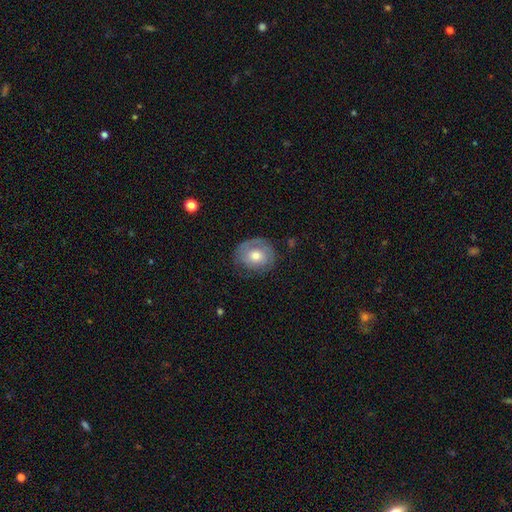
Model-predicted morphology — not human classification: Overall: smooth (52%; featured or disk 41%). How rounded: round (71%). Merging: none (69%).